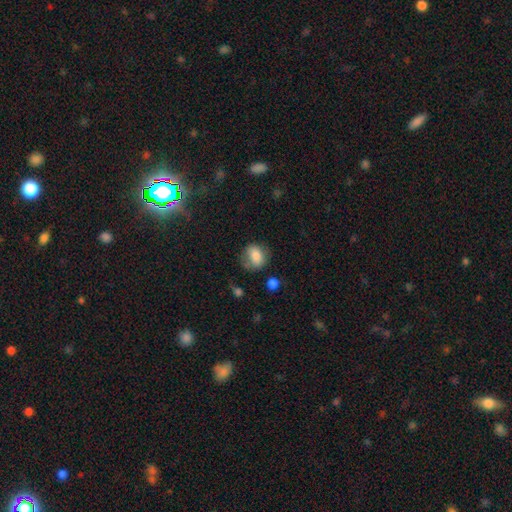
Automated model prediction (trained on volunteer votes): Smooth or featured? Predicted: smooth (p=0.79). How rounded? Predicted: round (p=0.52). Merging? Predicted: none (p=0.58).